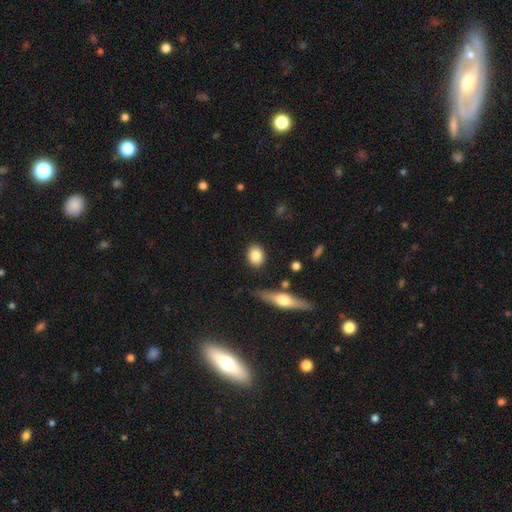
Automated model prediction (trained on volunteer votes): Q: Smooth or featured?
A: smooth (84%); runner-up: featured or disk (9%)
Q: How rounded?
A: in between (55%); runner-up: round (42%)
Q: Merging?
A: none (85%); runner-up: minor disturbance (9%)